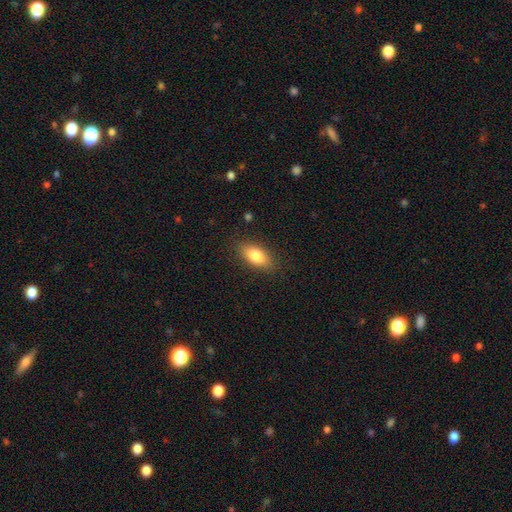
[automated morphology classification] Smooth or featured?
  - smooth: 81% *
  - featured or disk: 12%
  - star or artifact: 7%
How rounded?
  - in between: 86% *
  - cigar-shaped: 10%
  - round: 4%
Merging?
  - none: 85% *
  - minor disturbance: 11%
  - major disturbance: 3%
  - merger: 1%